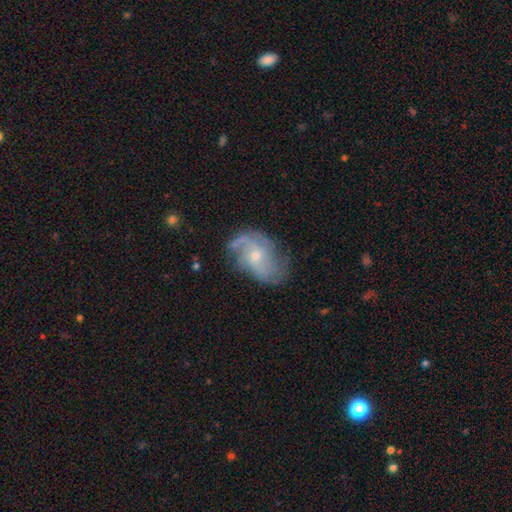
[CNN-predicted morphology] Q: Smooth or featured?
A: featured or disk (79%); runner-up: smooth (14%)
Q: Edge-on disk?
A: no (97%); runner-up: yes (3%)
Q: Bar?
A: no (64%); runner-up: weak (31%)
Q: Spiral arms?
A: yes (92%); runner-up: no (8%)
Q: Spiral winding?
A: medium (41%); runner-up: loose (38%)
Q: Spiral arm count?
A: 2 (52%); runner-up: can't tell (20%)
Q: Bulge size?
A: small (63%); runner-up: moderate (33%)
Q: Merging?
A: none (61%); runner-up: minor disturbance (24%)